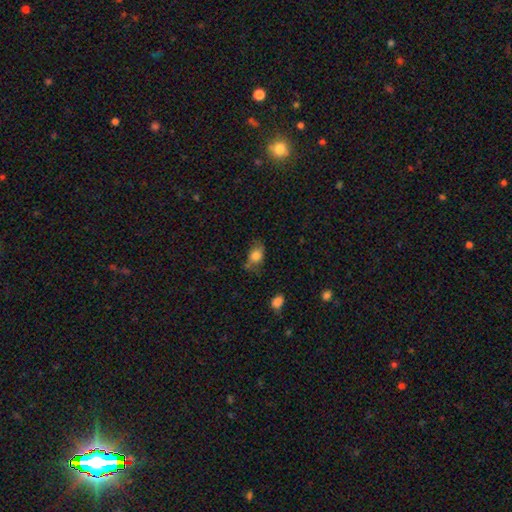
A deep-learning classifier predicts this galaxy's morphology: smooth-or-featured: smooth: 76% | featured or disk: 15% | star or artifact: 9%
  how-rounded: in between: 77% | round: 21% | cigar-shaped: 3%
  merging: none: 54% | minor disturbance: 30% | major disturbance: 12% | merger: 4%